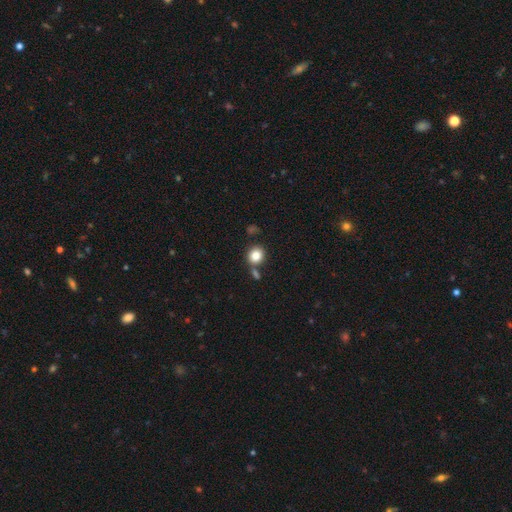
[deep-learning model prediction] Smooth or featured? Predicted: smooth (p=0.84). How rounded? Predicted: round (p=0.79). Merging? Predicted: none (p=0.71).